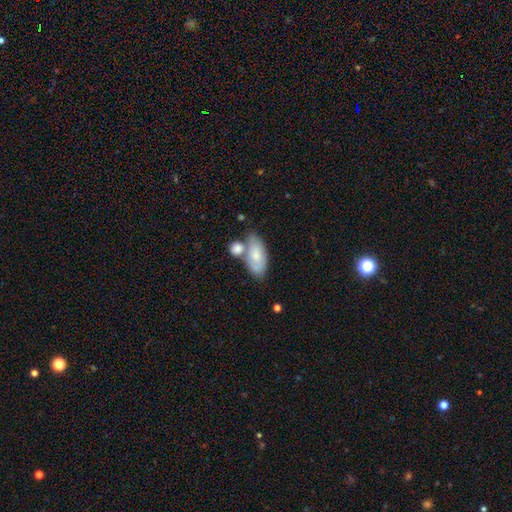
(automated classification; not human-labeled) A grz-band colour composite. It shows a smooth galaxy with no disk features (68%) that is in between round and cigar-shaped (89%). Merging: none (41%).